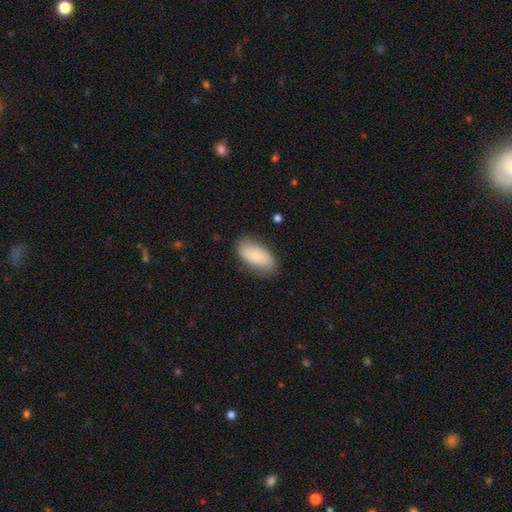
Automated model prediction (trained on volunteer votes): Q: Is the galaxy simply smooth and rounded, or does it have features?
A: smooth — 72%.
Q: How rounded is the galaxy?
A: in between — 93%.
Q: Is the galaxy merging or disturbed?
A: none — 79%.